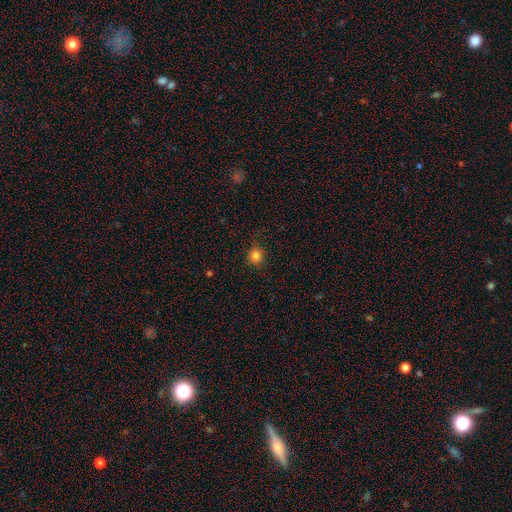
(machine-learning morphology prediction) smooth 82%, star or artifact 13%, featured or disk 5%. Down the decision tree: how rounded — round (87%); merging — none (84%).